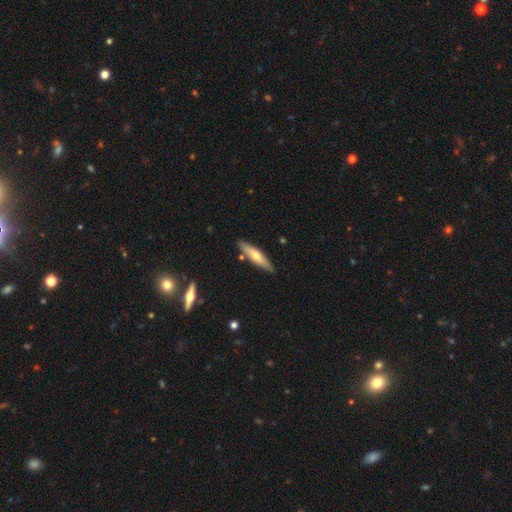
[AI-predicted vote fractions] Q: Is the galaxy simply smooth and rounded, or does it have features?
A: smooth — 54%.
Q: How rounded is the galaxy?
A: cigar-shaped — 79%.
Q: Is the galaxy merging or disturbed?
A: none — 84%.